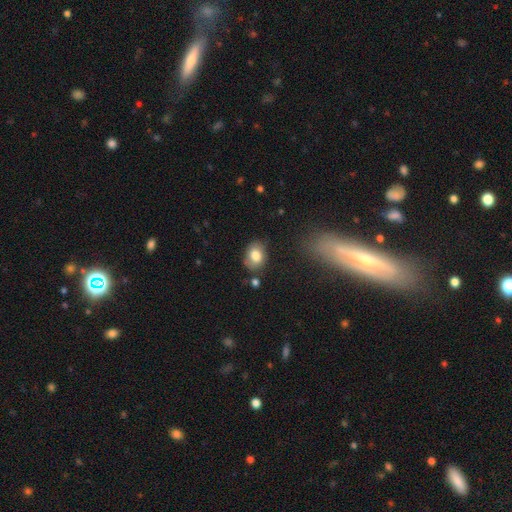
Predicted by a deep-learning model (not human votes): smooth_or_featured: smooth (p=0.78) [alt: featured or disk p=0.13]
how_rounded: in between (p=0.66) [alt: round p=0.33]
merging: none (p=0.73) [alt: minor disturbance p=0.18]